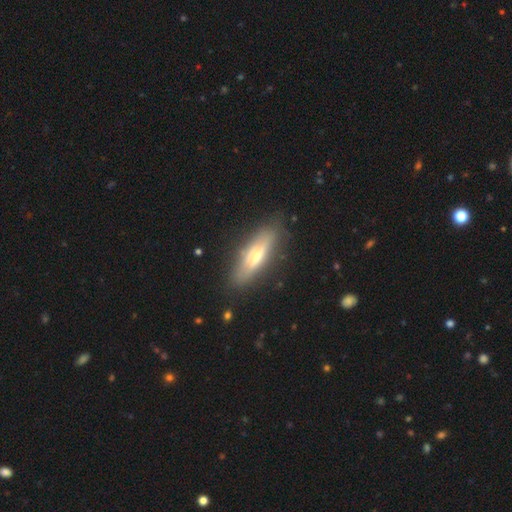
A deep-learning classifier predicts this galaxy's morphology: This is possibly a smooth galaxy (49%). Merging: clearly none (82%).